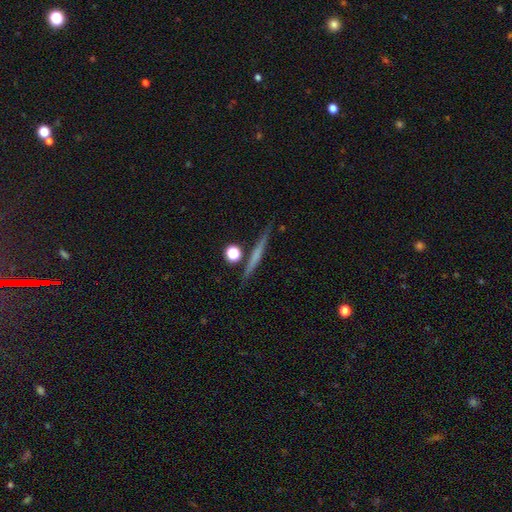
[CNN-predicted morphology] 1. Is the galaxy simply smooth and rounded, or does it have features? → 49% featured or disk, 42% smooth, 8% star or artifact.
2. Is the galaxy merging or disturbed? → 85% none, 8% minor disturbance, 4% merger, 2% major disturbance.